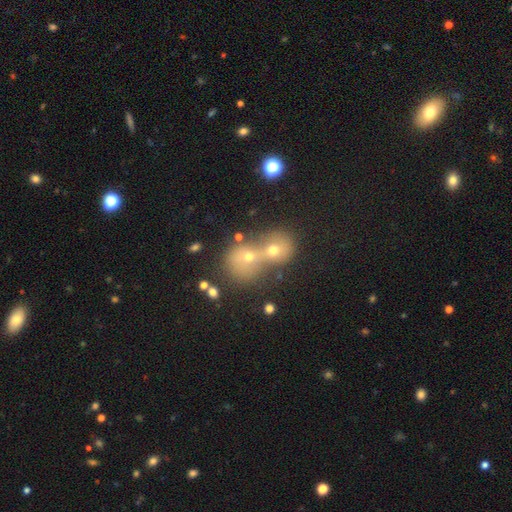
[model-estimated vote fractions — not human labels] A smooth galaxy with no disk features (50%).

Vote fractions:
- Smooth or featured? smooth: 50% / star or artifact: 26% / featured or disk: 24%
- Merging? merger: 65% / none: 27% / minor disturbance: 5% / major disturbance: 3%